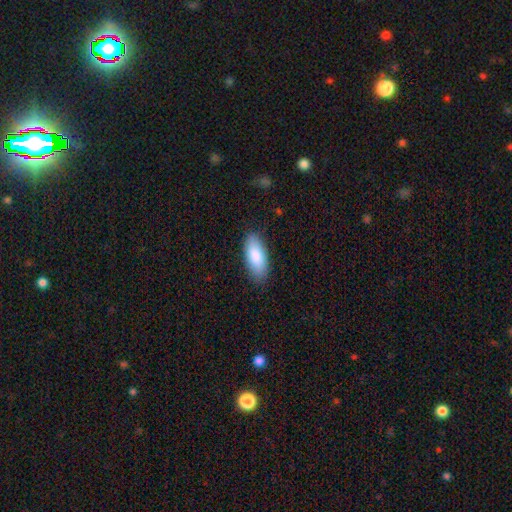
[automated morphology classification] smooth 87%, featured or disk 8%, star or artifact 6%. Down the decision tree: how rounded — in between (85%); merging — none (85%).